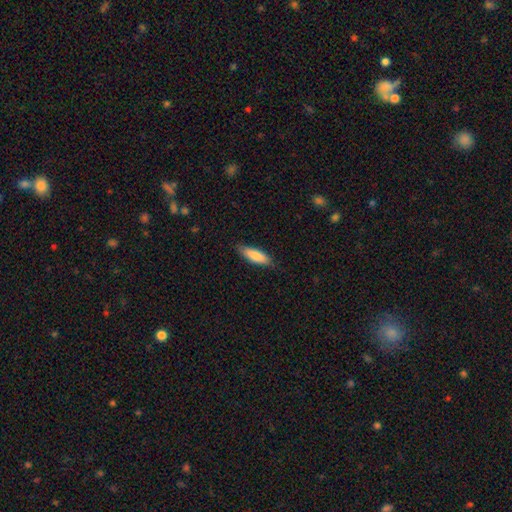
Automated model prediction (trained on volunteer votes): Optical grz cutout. It shows a smooth galaxy with no disk features (83%) that is cigar-shaped (54%). Merging: none (84%).